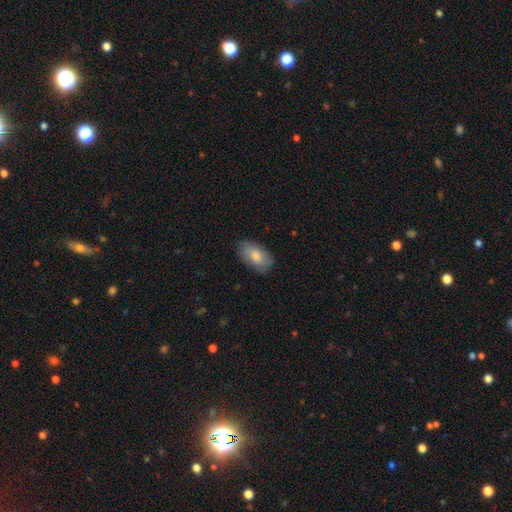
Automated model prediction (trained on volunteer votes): The model was most divided on "smooth or featured": smooth: 79%, featured or disk: 16%, star or artifact: 6%. More confident: how rounded — in between (93%); merging — none (82%).